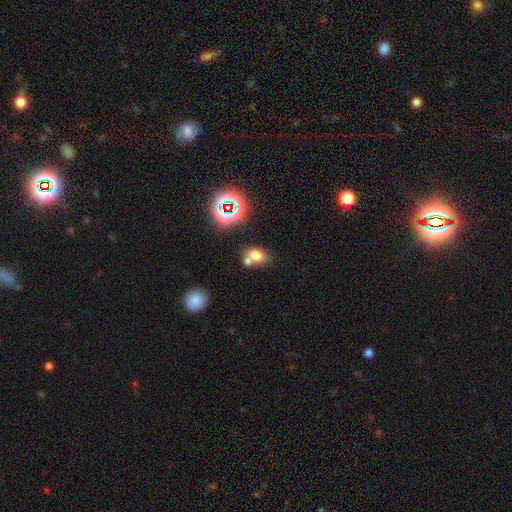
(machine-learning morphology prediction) Smooth or featured: smooth — 70% (star or artifact — 18%)
How rounded: in between — 70% (round — 29%)
Merging: none — 45% (merger — 39%)